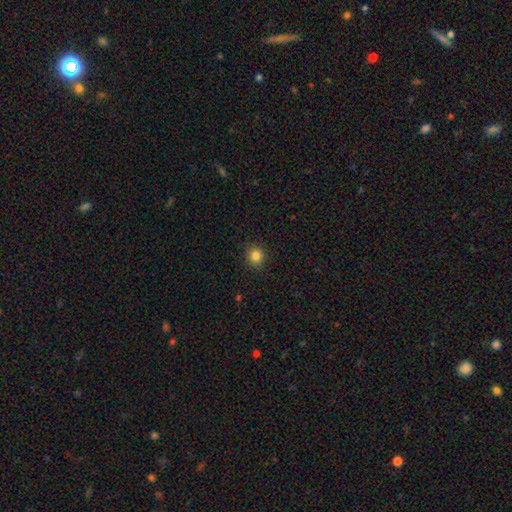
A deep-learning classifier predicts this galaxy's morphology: smooth 84%, star or artifact 12%, featured or disk 4%. Down the decision tree: how rounded — round (89%); merging — none (90%).